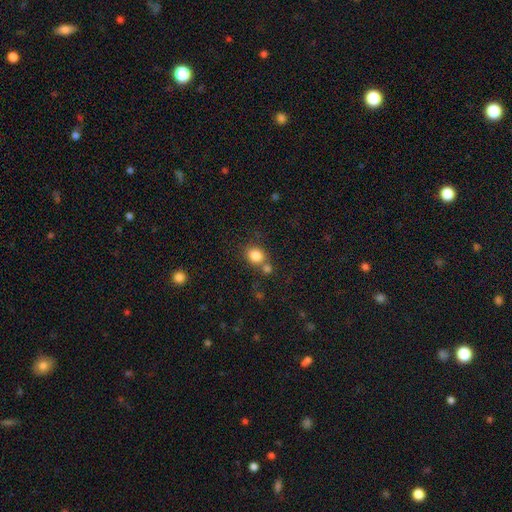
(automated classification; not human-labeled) This appears to be a smooth galaxy with no disk features (83%) that is round (69%). Merging: none (57%).